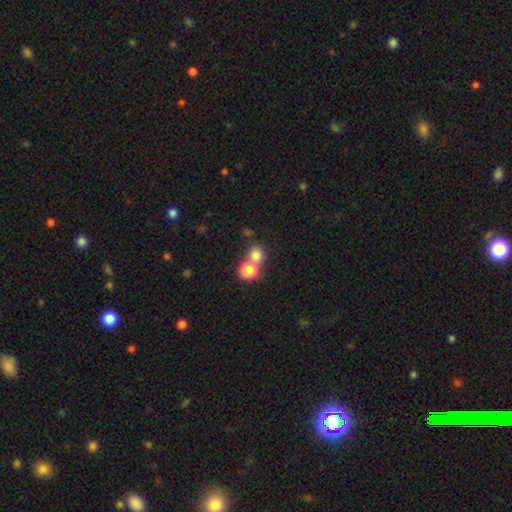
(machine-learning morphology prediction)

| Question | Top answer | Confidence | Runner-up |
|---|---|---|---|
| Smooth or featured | smooth | 77% | star or artifact (14%) |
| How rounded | round | 82% | in between (17%) |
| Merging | merger | 47% | none (44%) |